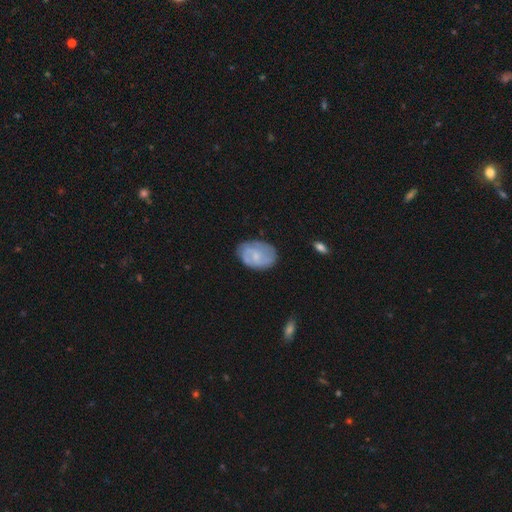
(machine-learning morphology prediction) featured or disk 58%, smooth 35%, star or artifact 6%. Down the decision tree: edge-on disk — no (97%); bar — no (59%); spiral arms — yes (76%); bulge size — small (61%); merging — none (70%).